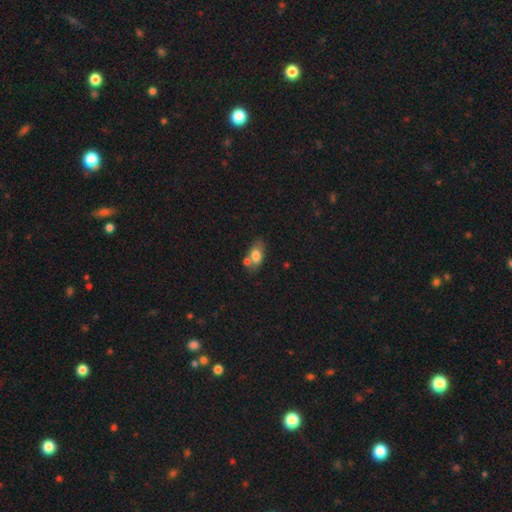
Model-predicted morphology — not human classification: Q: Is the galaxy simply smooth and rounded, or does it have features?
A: smooth — 75%.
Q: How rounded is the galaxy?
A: in between — 84%.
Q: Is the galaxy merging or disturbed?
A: none — 51%.